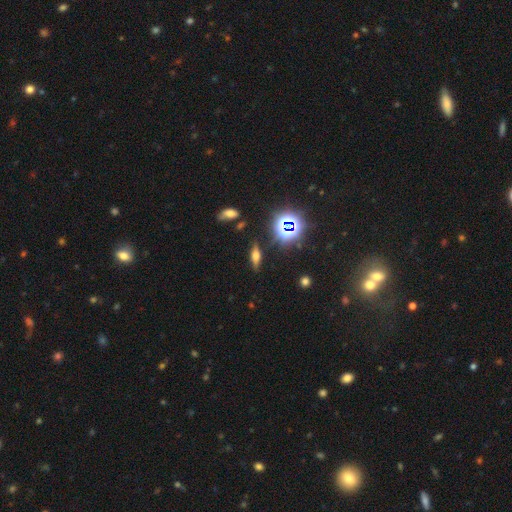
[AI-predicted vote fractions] This appears to be a featured or disk galaxy (38%). Merging: none (82%).